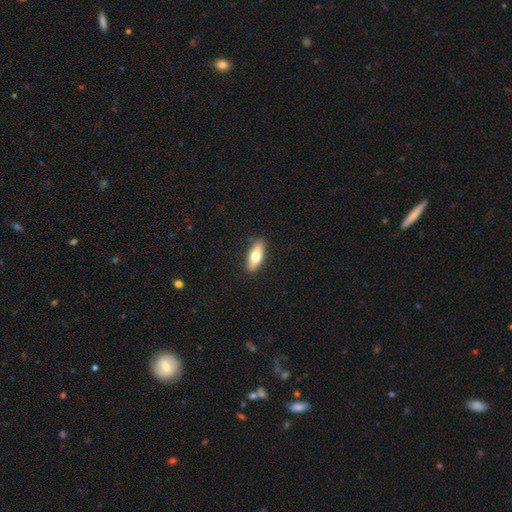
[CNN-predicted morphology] Q: Smooth or featured?
A: smooth (72%); runner-up: featured or disk (22%)
Q: How rounded?
A: in between (71%); runner-up: cigar-shaped (26%)
Q: Merging?
A: none (88%); runner-up: minor disturbance (9%)